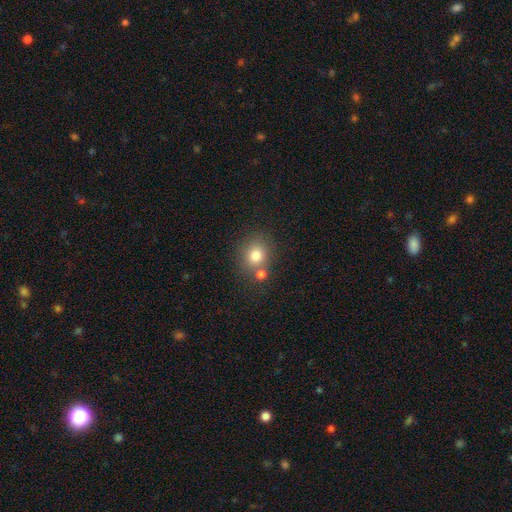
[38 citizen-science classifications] Smooth or featured?
  - smooth: 87% *
  - star or artifact: 8%
  - featured or disk: 5%
How rounded?
  - round: 79% *
  - in between: 21%
  - cigar-shaped: 0%
Merging?
  - none: 66% *
  - merger: 29%
  - minor disturbance: 6%
  - major disturbance: 0%